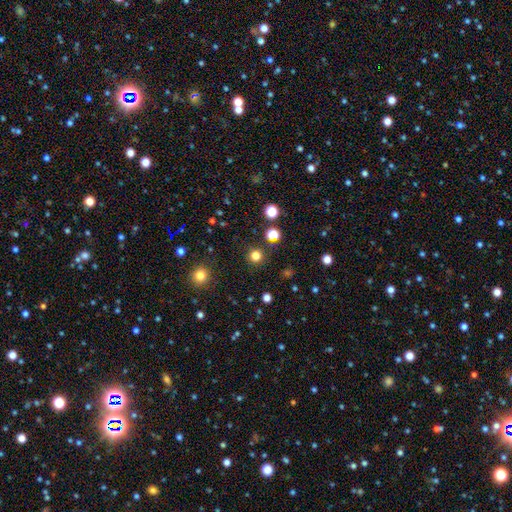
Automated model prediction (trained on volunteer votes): This is likely a smooth galaxy (77%). How rounded: clearly round (95%). Merging: clearly none (89%).